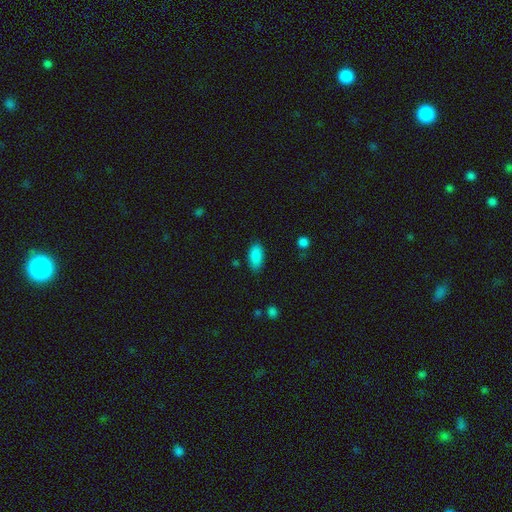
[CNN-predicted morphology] Smooth or featured: smooth — 89% (star or artifact — 8%)
How rounded: in between — 91% (cigar-shaped — 6%)
Merging: none — 82% (minor disturbance — 13%)